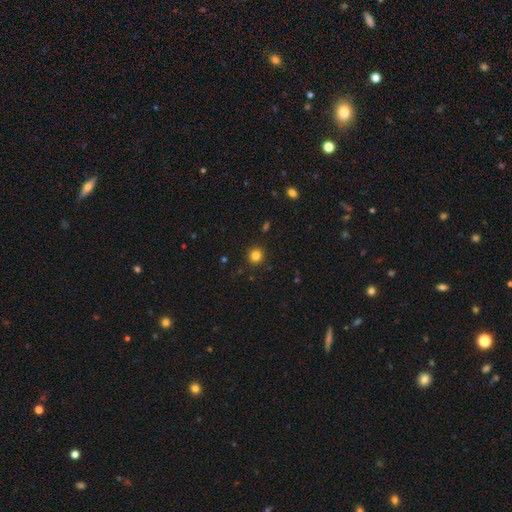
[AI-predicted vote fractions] smooth_or_featured: smooth (p=0.82) [alt: star or artifact p=0.13]
how_rounded: round (p=0.92) [alt: in between p=0.07]
merging: none (p=0.91) [alt: minor disturbance p=0.06]